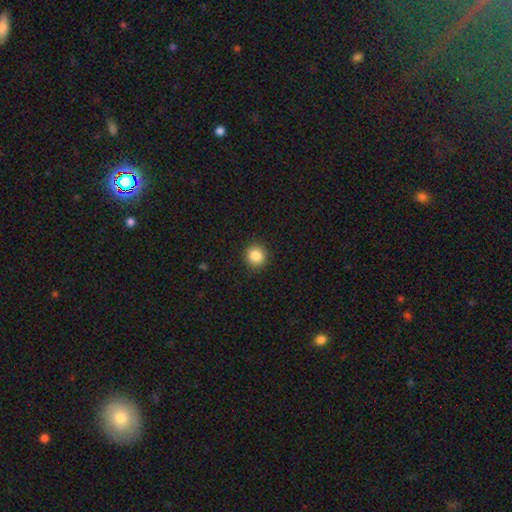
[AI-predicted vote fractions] smooth_or_featured: smooth (p=0.85) [alt: star or artifact p=0.10]
how_rounded: round (p=0.92) [alt: in between p=0.07]
merging: none (p=0.90) [alt: minor disturbance p=0.07]